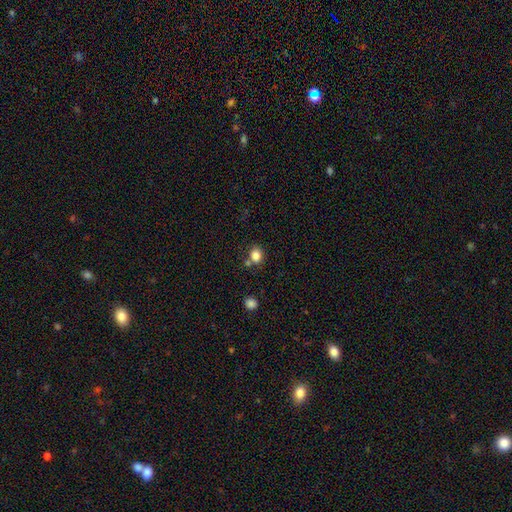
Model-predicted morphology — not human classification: Smooth or featured: smooth — 84% (star or artifact — 11%)
How rounded: round — 57% (in between — 42%)
Merging: none — 68% (merger — 17%)